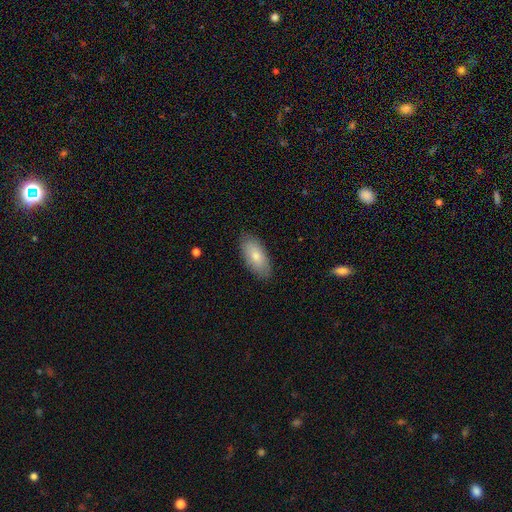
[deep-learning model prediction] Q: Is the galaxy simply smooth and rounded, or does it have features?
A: smooth — 79%.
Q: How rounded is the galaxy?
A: in between — 90%.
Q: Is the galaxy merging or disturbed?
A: none — 86%.